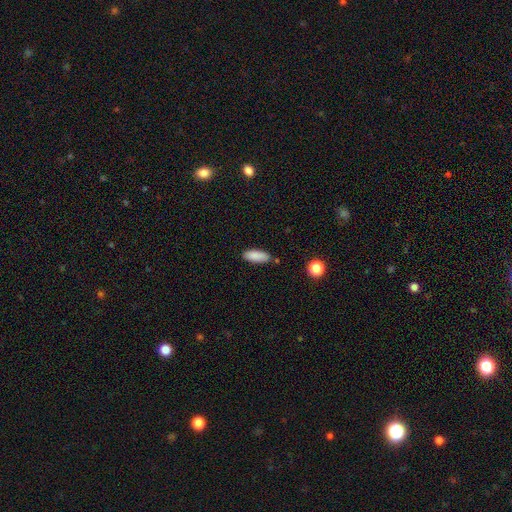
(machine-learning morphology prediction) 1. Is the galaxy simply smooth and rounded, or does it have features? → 88% smooth, 7% star or artifact, 5% featured or disk.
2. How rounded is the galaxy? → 72% in between, 26% cigar-shaped, 2% round.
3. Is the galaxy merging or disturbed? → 80% none, 13% minor disturbance, 4% merger, 3% major disturbance.